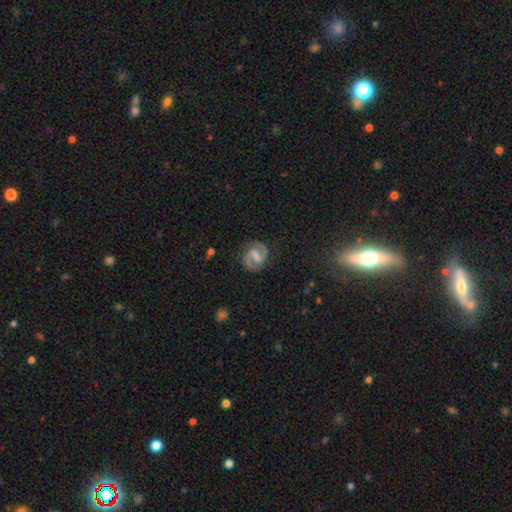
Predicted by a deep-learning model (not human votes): Smooth or featured: featured or disk — 83% (smooth — 11%)
Edge-on disk: no — 98% (yes — 2%)
Bar: strong — 47% (weak — 41%)
Spiral arms: yes — 95% (no — 5%)
Spiral winding: medium — 55% (tight — 29%)
Spiral arm count: 2 — 93% (can't tell — 3%)
Bulge size: none — 38% (moderate — 27%)
Merging: none — 83% (minor disturbance — 12%)